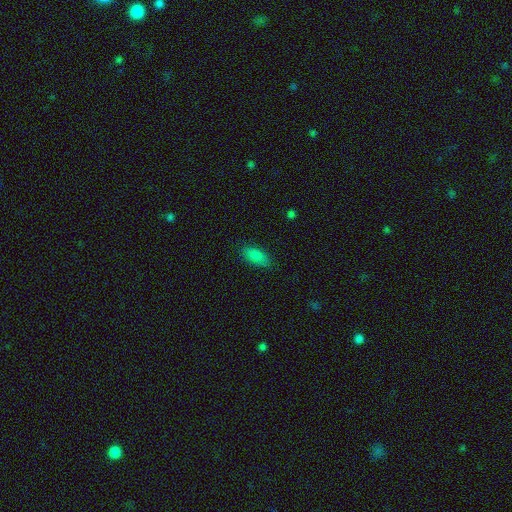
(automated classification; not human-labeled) This is clearly a smooth galaxy (86%). How rounded: clearly in between (85%). Merging: clearly none (83%).